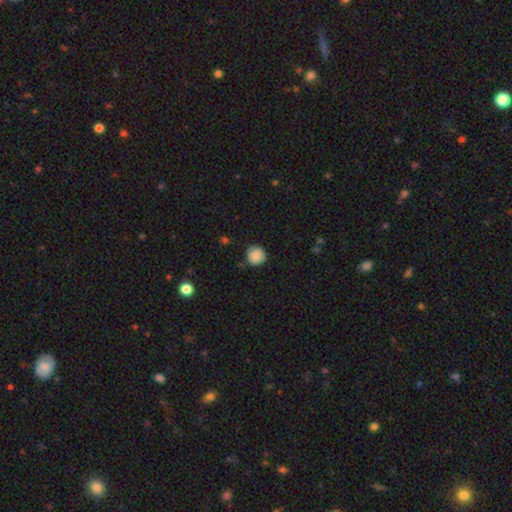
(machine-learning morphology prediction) Q: Smooth or featured?
A: smooth (84%); runner-up: featured or disk (8%)
Q: How rounded?
A: round (91%); runner-up: in between (8%)
Q: Merging?
A: none (81%); runner-up: minor disturbance (14%)